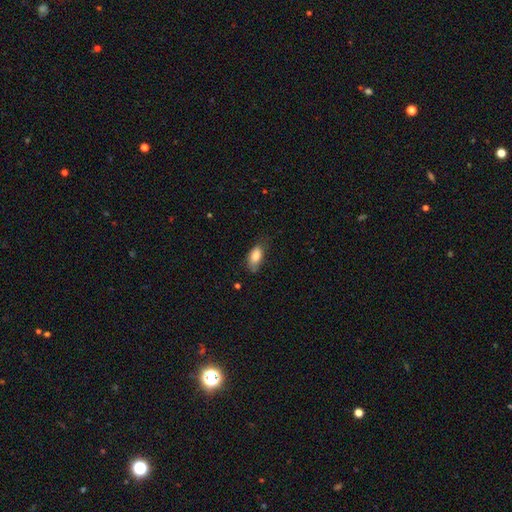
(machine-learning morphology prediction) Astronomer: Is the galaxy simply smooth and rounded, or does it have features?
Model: smooth — 81%.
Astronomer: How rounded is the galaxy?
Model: in between — 90%.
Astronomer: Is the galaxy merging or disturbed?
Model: none — 60%.